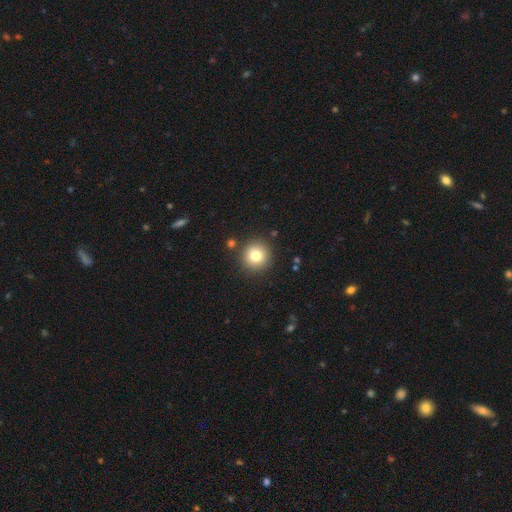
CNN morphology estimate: Smooth or featured? smooth (80%)
How rounded? round (94%)
Merging? none (88%)